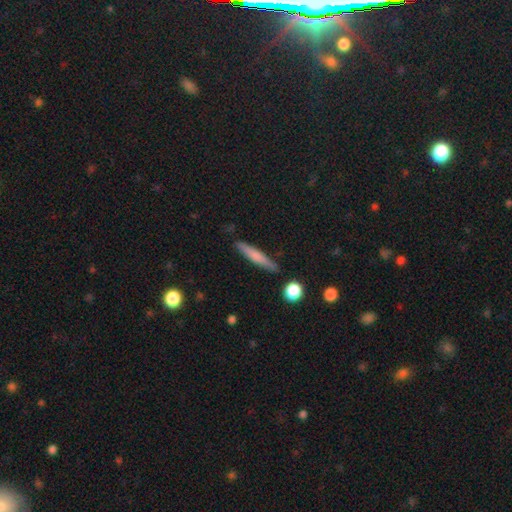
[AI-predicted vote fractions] smooth-or-featured: smooth: 63% | featured or disk: 31% | star or artifact: 6%
  how-rounded: cigar-shaped: 93% | in between: 6% | round: 2%
  merging: none: 87% | minor disturbance: 9% | merger: 2% | major disturbance: 2%